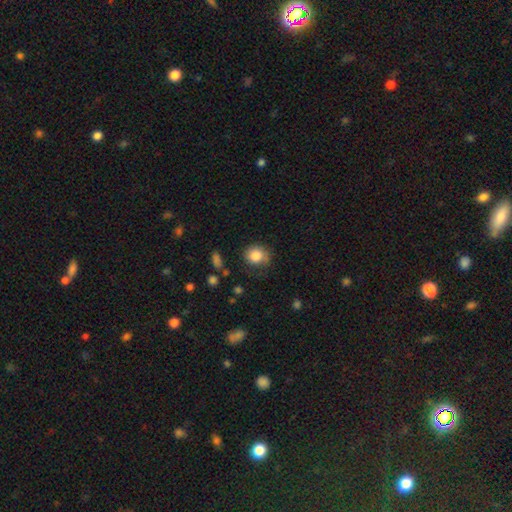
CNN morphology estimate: A smooth galaxy with no disk features (82%) that is round (77%).

Vote fractions:
- Smooth or featured? smooth: 82% / featured or disk: 9% / star or artifact: 8%
- How rounded? round: 77% / in between: 22% / cigar-shaped: 1%
- Merging? none: 63% / minor disturbance: 25% / major disturbance: 10% / merger: 2%